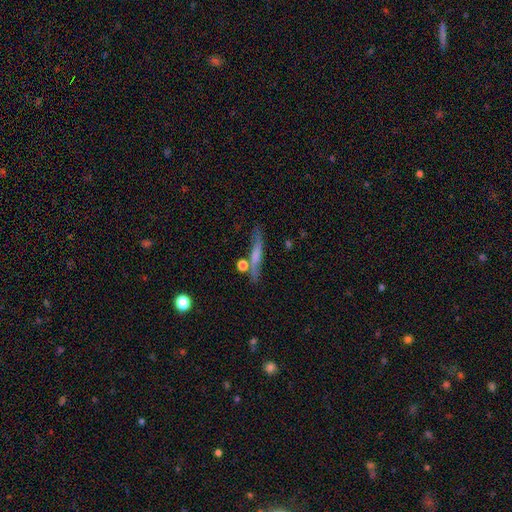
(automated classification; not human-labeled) Q: Smooth or featured?
A: smooth (51%); runner-up: featured or disk (41%)
Q: How rounded?
A: cigar-shaped (88%); runner-up: in between (8%)
Q: Merging?
A: none (73%); runner-up: minor disturbance (14%)